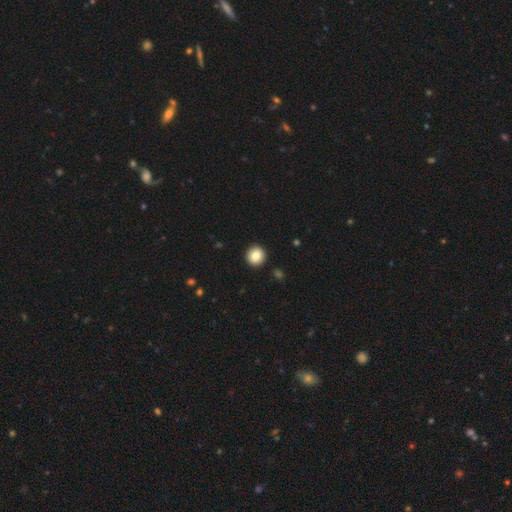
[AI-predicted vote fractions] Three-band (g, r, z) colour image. It shows a smooth galaxy with no disk features (83%) that is round (94%). Merging: none (93%).